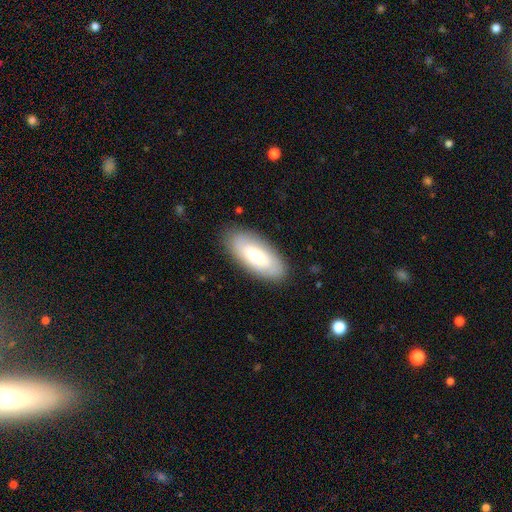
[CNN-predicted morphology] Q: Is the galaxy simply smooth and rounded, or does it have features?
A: smooth — 67%.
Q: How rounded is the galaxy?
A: in between — 85%.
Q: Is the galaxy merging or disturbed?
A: none — 87%.